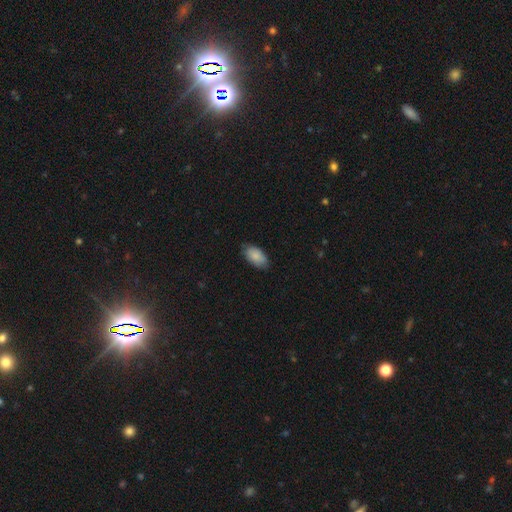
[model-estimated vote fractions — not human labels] Morphology: type=smooth (85%); roundness=in between (95%); merging=none (78%).